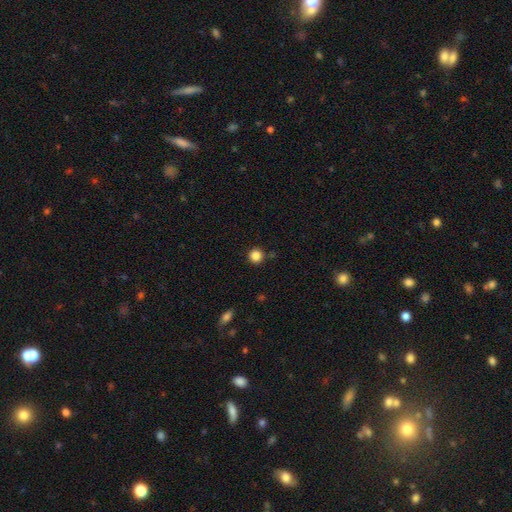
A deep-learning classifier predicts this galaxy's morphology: Smooth or featured?
  - smooth: 85% *
  - star or artifact: 11%
  - featured or disk: 4%
How rounded?
  - round: 94% *
  - in between: 5%
  - cigar-shaped: 1%
Merging?
  - none: 88% *
  - minor disturbance: 7%
  - merger: 3%
  - major disturbance: 2%